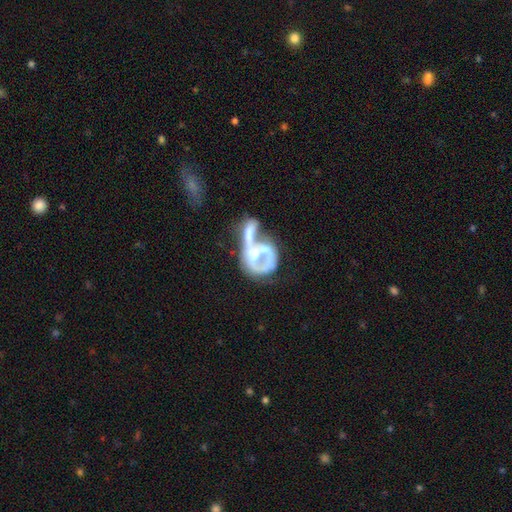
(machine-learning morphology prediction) smooth-or-featured: featured or disk: 71% | smooth: 20% | star or artifact: 9%
  disk-edge-on: no: 95% | yes: 5%
    bar: no: 67% | weak: 22% | strong: 10%
    has-spiral-arms: yes: 58% | no: 42%
    bulge-size: moderate: 46% | small: 28% | none: 15% | large: 8% | dominant: 3%
  merging: merger: 66% | major disturbance: 15% | none: 12% | minor disturbance: 7%